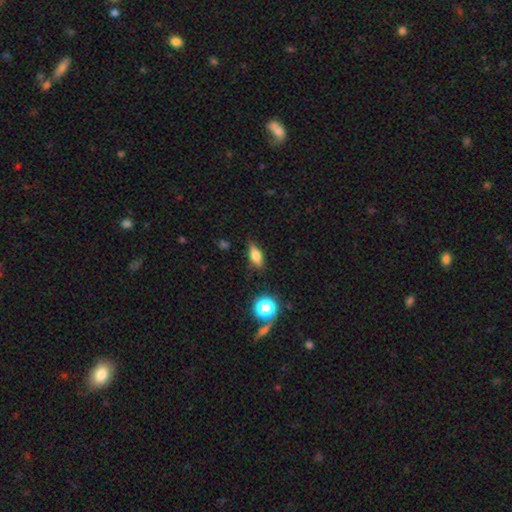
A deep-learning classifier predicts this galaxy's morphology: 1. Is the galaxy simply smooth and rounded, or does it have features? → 60% smooth, 29% featured or disk, 11% star or artifact.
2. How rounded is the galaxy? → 68% in between, 24% cigar-shaped, 8% round.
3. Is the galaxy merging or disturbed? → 78% none, 16% minor disturbance, 4% major disturbance, 2% merger.